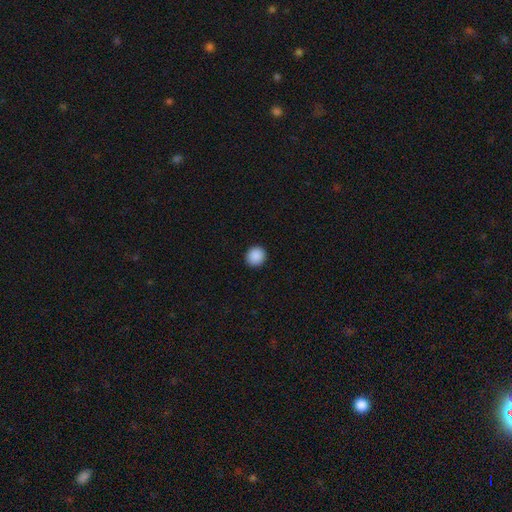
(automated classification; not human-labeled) Q: Smooth or featured?
A: smooth (90%); runner-up: star or artifact (8%)
Q: How rounded?
A: round (89%); runner-up: in between (10%)
Q: Merging?
A: none (93%); runner-up: minor disturbance (5%)